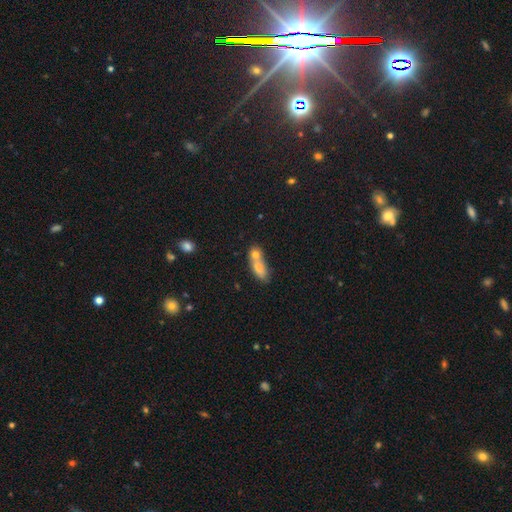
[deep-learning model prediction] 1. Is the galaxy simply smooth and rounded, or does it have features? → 69% smooth, 19% featured or disk, 12% star or artifact.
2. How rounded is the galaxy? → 64% in between, 19% cigar-shaped, 17% round.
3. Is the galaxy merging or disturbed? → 60% merger, 28% none, 9% minor disturbance, 4% major disturbance.